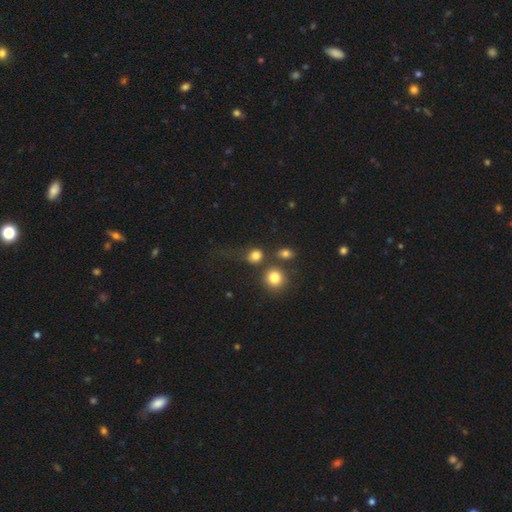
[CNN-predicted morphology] type=smooth (81%); roundness=round (72%); merging=none (50%).